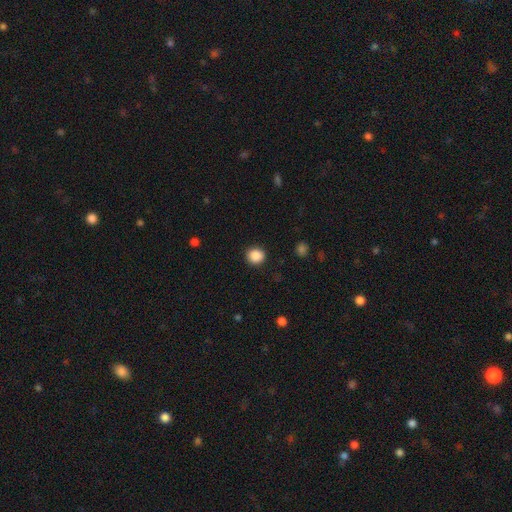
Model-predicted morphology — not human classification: Smooth or featured? smooth (88%)
How rounded? round (86%)
Merging? none (89%)